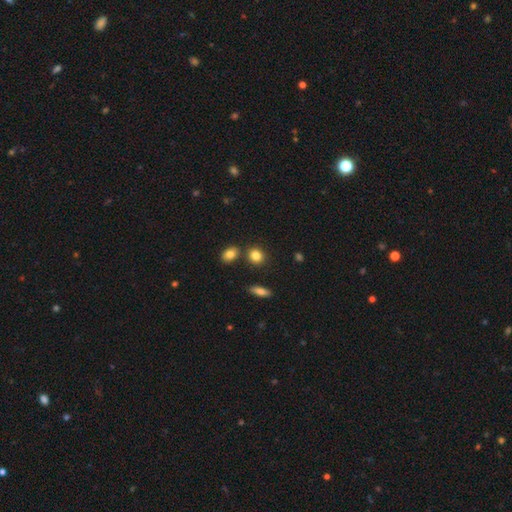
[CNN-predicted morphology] Smooth or featured: smooth — 84% (star or artifact — 10%)
How rounded: round — 66% (in between — 32%)
Merging: none — 76% (merger — 12%)